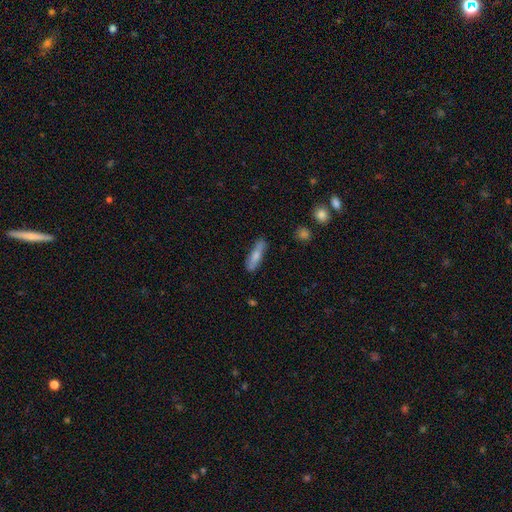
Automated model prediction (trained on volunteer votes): smooth-or-featured: smooth: 68% | featured or disk: 26% | star or artifact: 6%
  how-rounded: cigar-shaped: 69% | in between: 29% | round: 2%
  merging: none: 80% | minor disturbance: 15% | major disturbance: 3% | merger: 2%